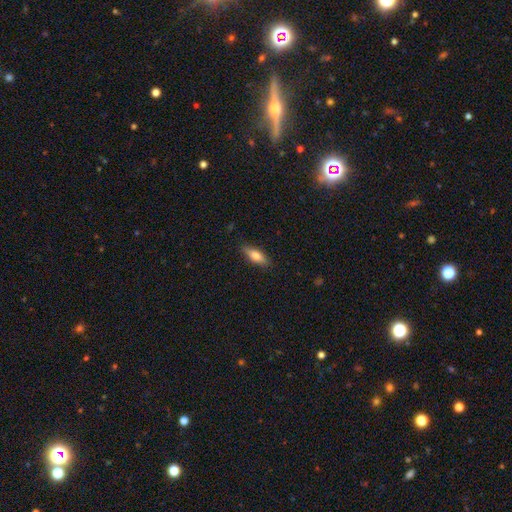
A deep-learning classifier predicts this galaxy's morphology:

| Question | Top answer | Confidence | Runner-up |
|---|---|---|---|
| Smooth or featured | smooth | 72% | featured or disk (21%) |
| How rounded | in between | 58% | cigar-shaped (40%) |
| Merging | none | 86% | minor disturbance (10%) |